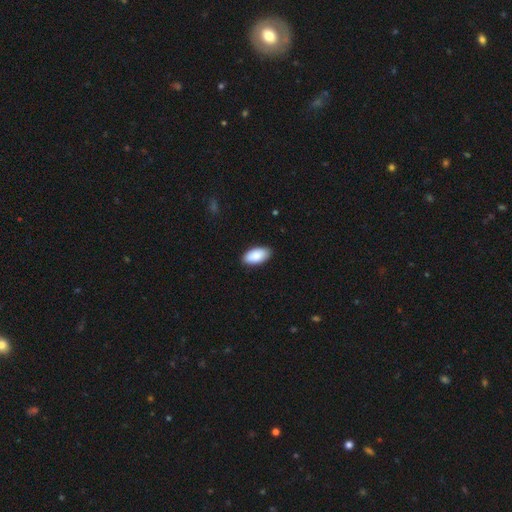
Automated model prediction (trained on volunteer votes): A smooth galaxy with no disk features (90%) that is in between round and cigar-shaped (95%). Merging: none (88%).